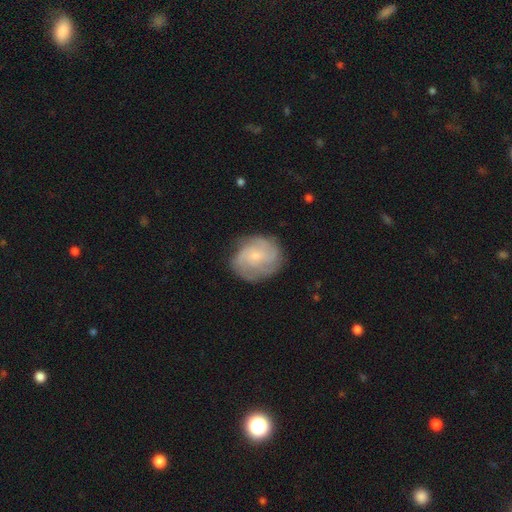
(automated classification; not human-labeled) Morphology: type=featured or disk (70%); edge-on=no (98%); bar=no (68%); spiral arms=yes (93%); winding=tight (48%); arm count=3 (32%); bulge=small (70%); merging=none (75%).